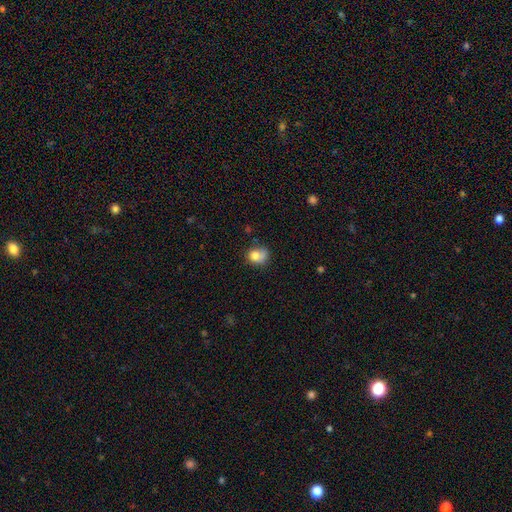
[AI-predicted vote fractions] This is likely a smooth galaxy (76%). How rounded: likely round (64%). Merging: possibly none (46%).